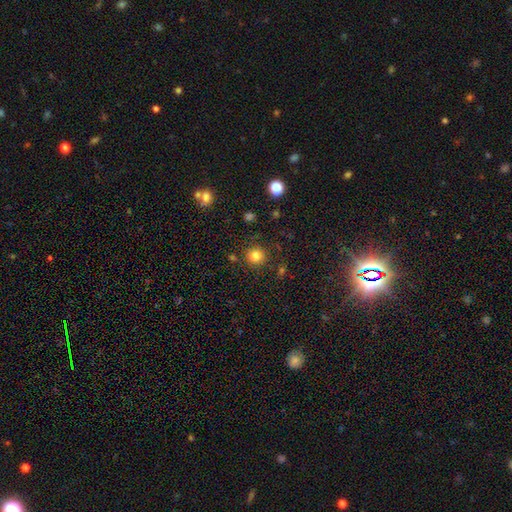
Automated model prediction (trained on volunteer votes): Q: Smooth or featured?
A: smooth (82%); runner-up: star or artifact (13%)
Q: How rounded?
A: round (93%); runner-up: in between (6%)
Q: Merging?
A: none (86%); runner-up: minor disturbance (8%)